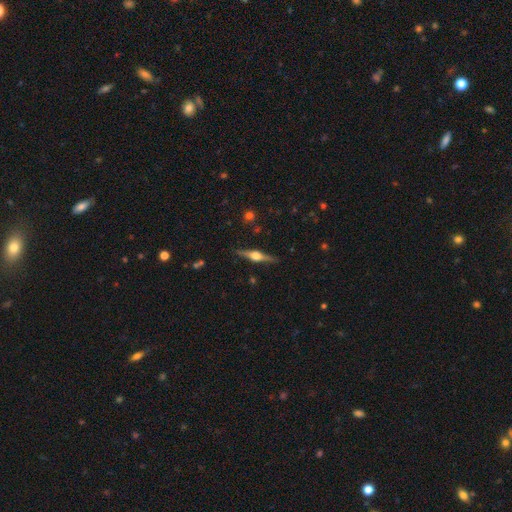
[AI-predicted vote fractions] This appears to be a featured or disk galaxy (79%) viewed edge-on (98%) with a rounded central bulge (94%). Merging: none (89%).